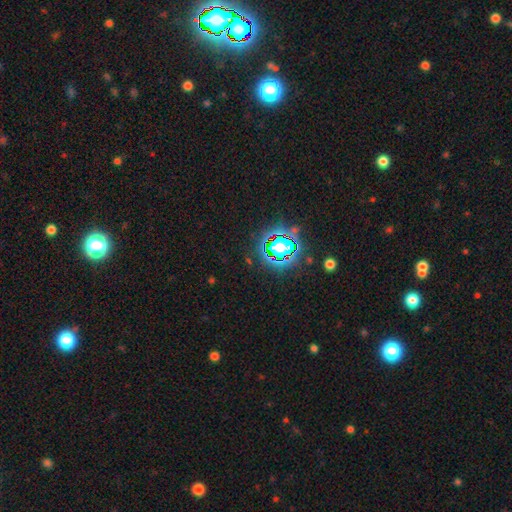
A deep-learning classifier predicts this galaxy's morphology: Q: Smooth or featured?
A: star or artifact (81%); runner-up: smooth (12%)